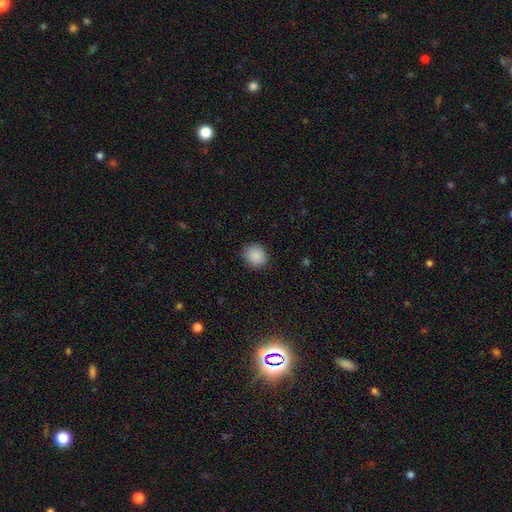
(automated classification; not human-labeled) This is clearly a smooth galaxy (89%). How rounded: likely round (71%). Merging: clearly none (88%).